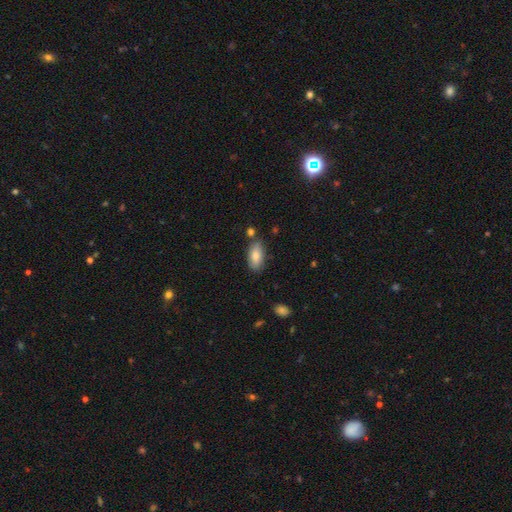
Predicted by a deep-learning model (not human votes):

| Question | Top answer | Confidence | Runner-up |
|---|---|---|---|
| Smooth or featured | smooth | 82% | featured or disk (11%) |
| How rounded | in between | 89% | cigar-shaped (8%) |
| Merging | none | 77% | minor disturbance (14%) |